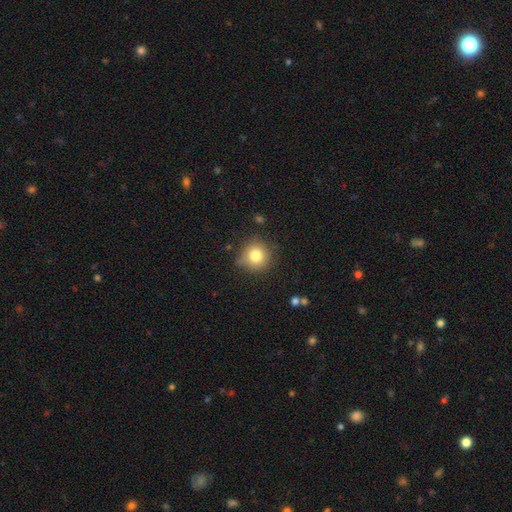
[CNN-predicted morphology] Smooth or featured? smooth (79%)
How rounded? round (91%)
Merging? none (77%)